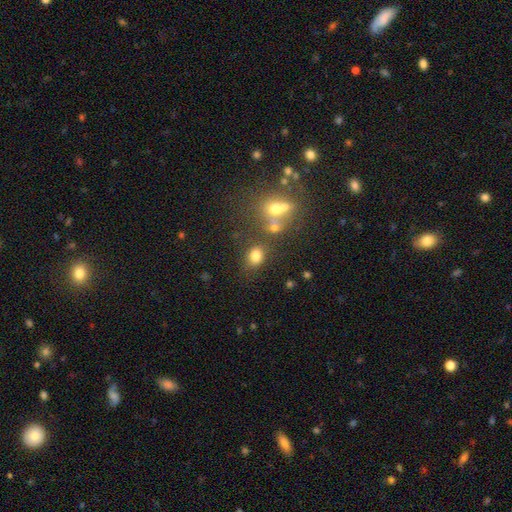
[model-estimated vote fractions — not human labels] Smooth or featured? Predicted: smooth (p=0.78). How rounded? Predicted: in between (p=0.58). Merging? Predicted: none (p=0.68).